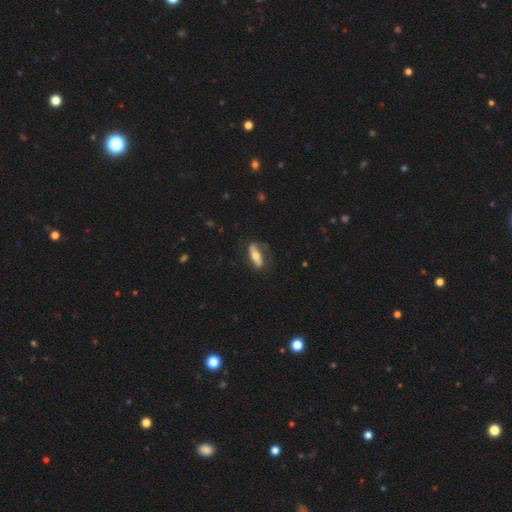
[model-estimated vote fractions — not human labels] This appears to be a featured or disk galaxy (55%). Merging: none (64%).